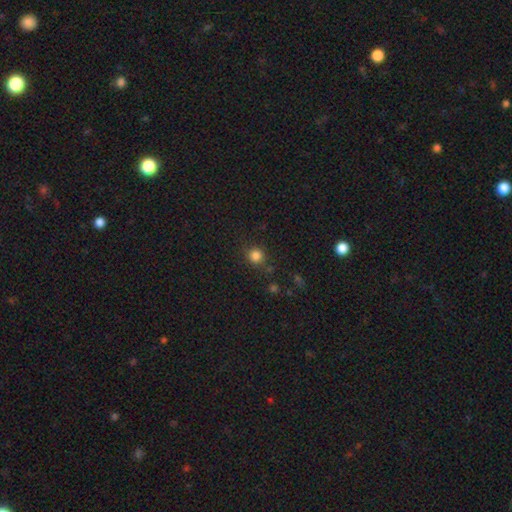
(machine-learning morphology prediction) Smooth or featured? Predicted: smooth (p=0.82). How rounded? Predicted: round (p=0.91). Merging? Predicted: none (p=0.83).